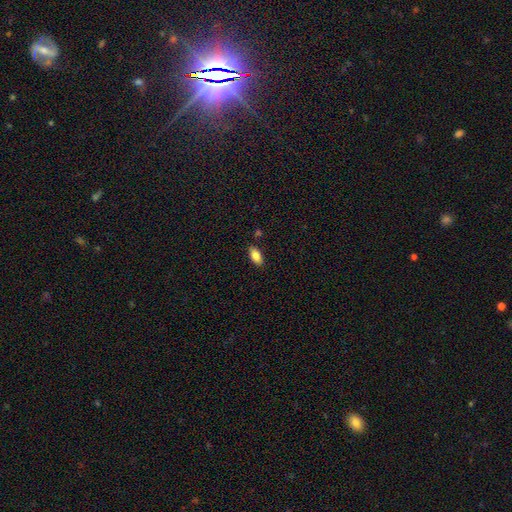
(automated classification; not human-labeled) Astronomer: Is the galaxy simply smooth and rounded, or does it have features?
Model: smooth — 85%.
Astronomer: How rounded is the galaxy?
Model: in between — 90%.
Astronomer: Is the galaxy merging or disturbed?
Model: none — 85%.